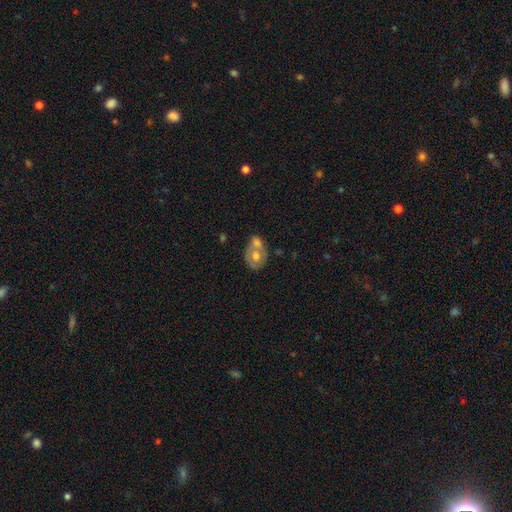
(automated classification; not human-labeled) A featured or disk galaxy (48%).

Vote fractions:
- Smooth or featured? featured or disk: 48% / smooth: 45% / star or artifact: 7%
- Merging? merger: 51% / none: 29% / minor disturbance: 13% / major disturbance: 6%